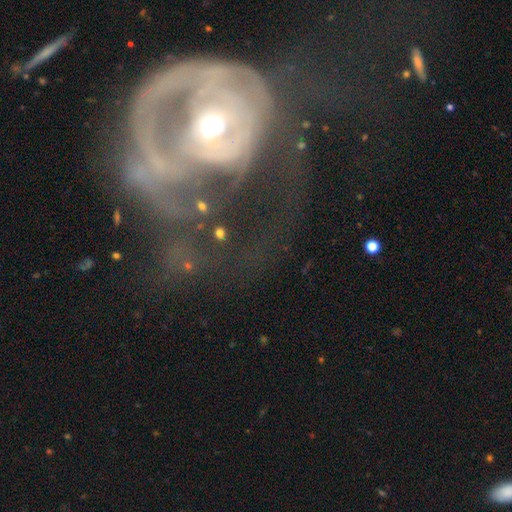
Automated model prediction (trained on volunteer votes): Smooth or featured: featured or disk — 72% (smooth — 16%)
Edge-on disk: no — 96% (yes — 4%)
Bar: no — 71% (weak — 19%)
Spiral arms: yes — 55% (no — 45%)
Bulge size: moderate — 54% (small — 36%)
Merging: major disturbance — 59% (none — 20%)